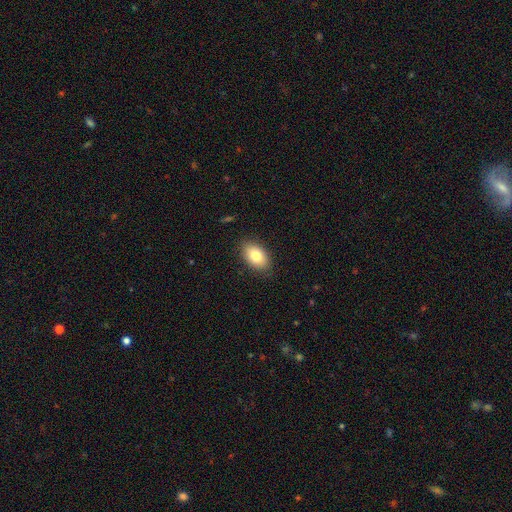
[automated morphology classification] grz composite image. It shows a smooth galaxy with no disk features (81%) that is in between round and cigar-shaped (90%). Merging: none (87%).